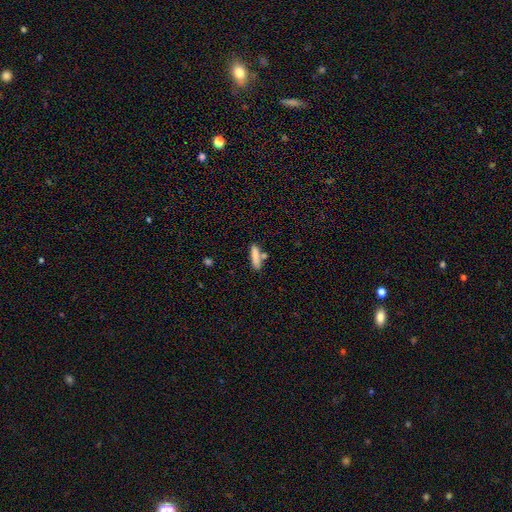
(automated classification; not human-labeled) This appears to be a smooth galaxy with no disk features (82%) that is cigar-shaped (69%). Merging: none (65%).